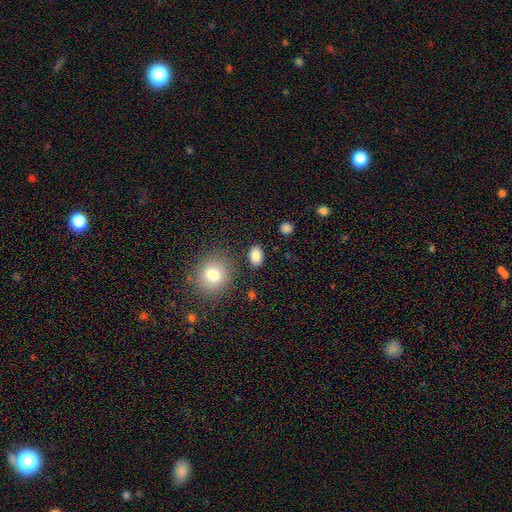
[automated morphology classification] smooth 86%, star or artifact 9%, featured or disk 5%. Down the decision tree: how rounded — in between (81%); merging — none (86%).